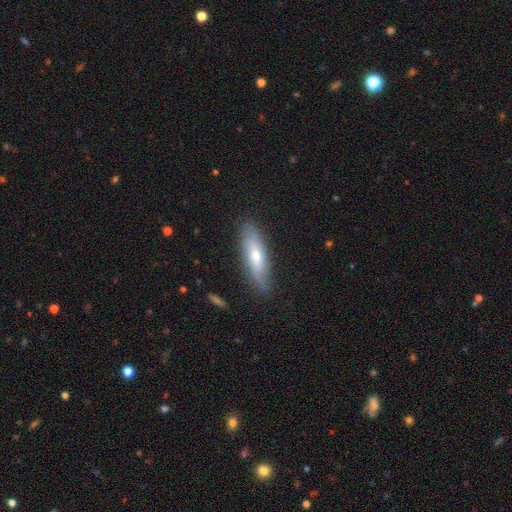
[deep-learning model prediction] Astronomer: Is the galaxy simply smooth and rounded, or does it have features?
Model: smooth — 54% (runner-up: featured or disk, 37%).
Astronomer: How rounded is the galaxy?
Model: cigar-shaped — 64%.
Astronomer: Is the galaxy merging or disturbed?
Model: none — 85%.